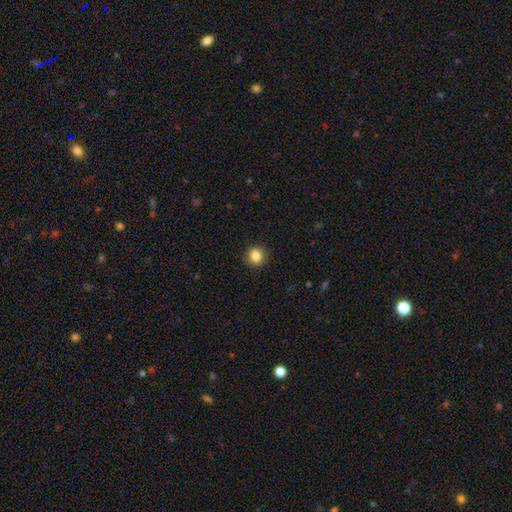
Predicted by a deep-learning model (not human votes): Smooth or featured?
  - smooth: 85% *
  - star or artifact: 11%
  - featured or disk: 4%
How rounded?
  - round: 91% *
  - in between: 8%
  - cigar-shaped: 1%
Merging?
  - none: 92% *
  - minor disturbance: 5%
  - major disturbance: 2%
  - merger: 1%